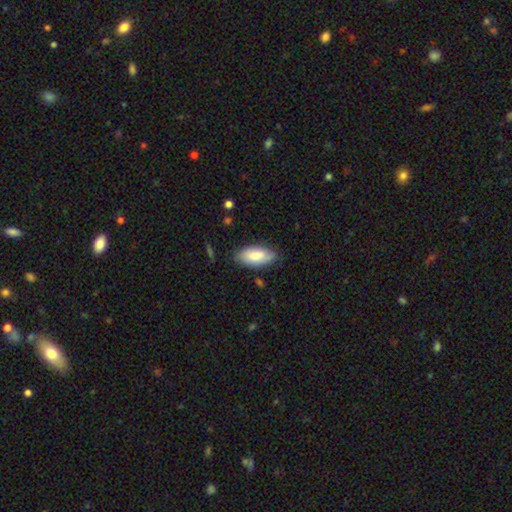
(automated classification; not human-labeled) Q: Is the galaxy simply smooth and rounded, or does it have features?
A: smooth — 79%.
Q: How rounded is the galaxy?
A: in between — 91%.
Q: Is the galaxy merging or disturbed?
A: none — 79%.